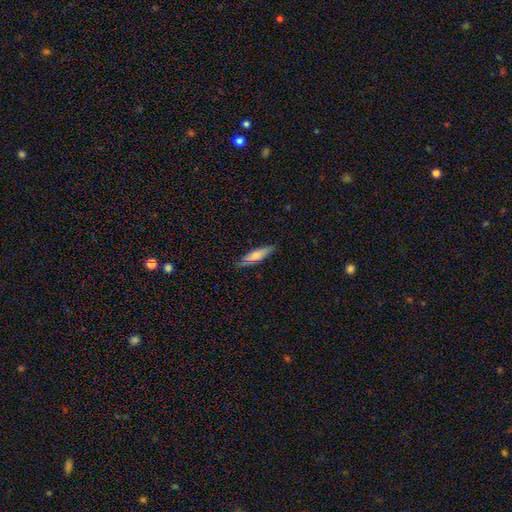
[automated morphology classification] Overall: smooth (69%). How rounded: cigar-shaped (66%; in between 32%). Merging: none (80%).